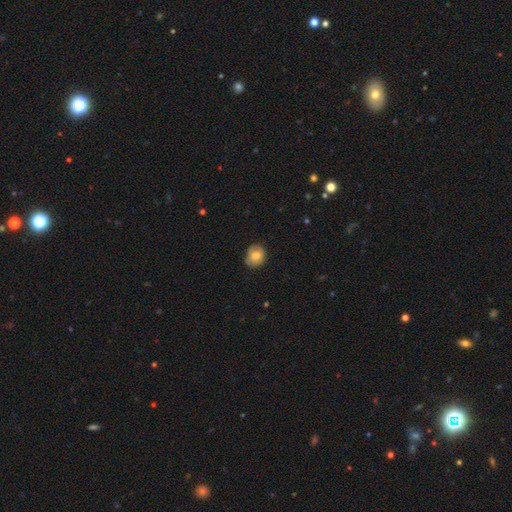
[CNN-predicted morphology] type=smooth (75%); roundness=round (62%); merging=none (73%).